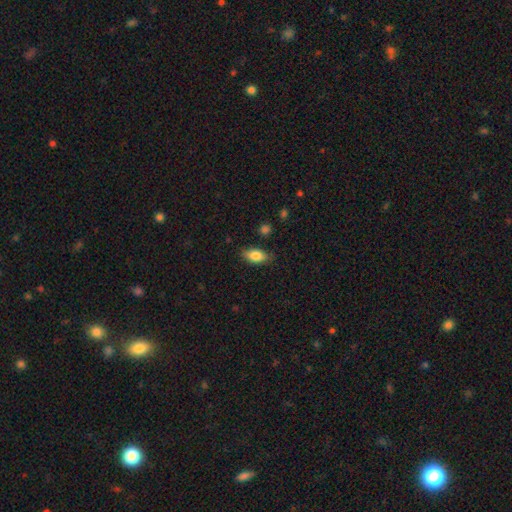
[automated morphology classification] smooth-or-featured: smooth: 83% | featured or disk: 10% | star or artifact: 7%
  how-rounded: in between: 88% | cigar-shaped: 7% | round: 5%
  merging: none: 81% | minor disturbance: 14% | major disturbance: 3% | merger: 1%